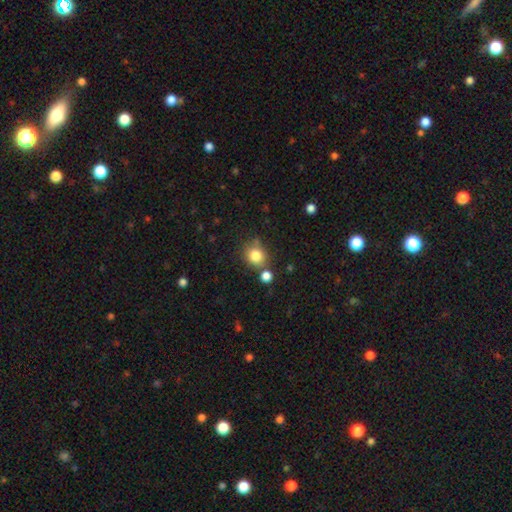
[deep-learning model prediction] Smooth or featured? Predicted: smooth (p=0.82). How rounded? Predicted: round (p=0.80). Merging? Predicted: none (p=0.69).